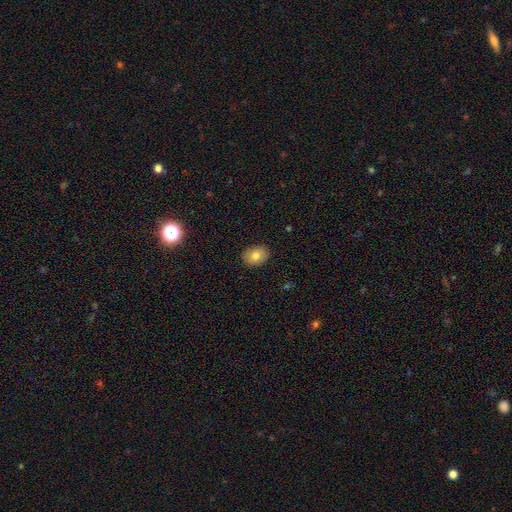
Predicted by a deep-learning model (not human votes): smooth_or_featured: smooth (p=0.79) [alt: featured or disk p=0.13]
how_rounded: in between (p=0.67) [alt: round p=0.32]
merging: none (p=0.89) [alt: minor disturbance p=0.08]